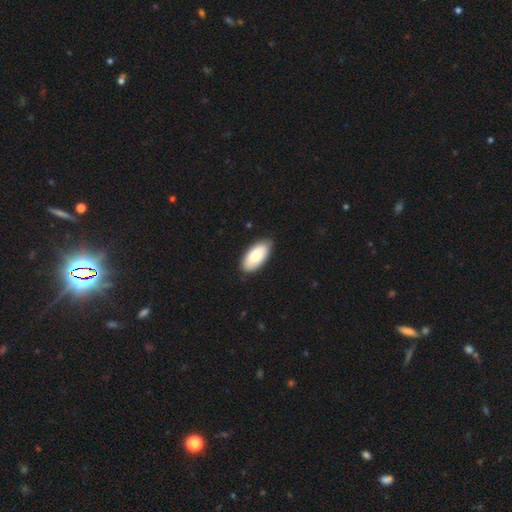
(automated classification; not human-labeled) Q: Smooth or featured?
A: smooth (81%); runner-up: featured or disk (14%)
Q: How rounded?
A: in between (93%); runner-up: cigar-shaped (5%)
Q: Merging?
A: none (85%); runner-up: minor disturbance (12%)